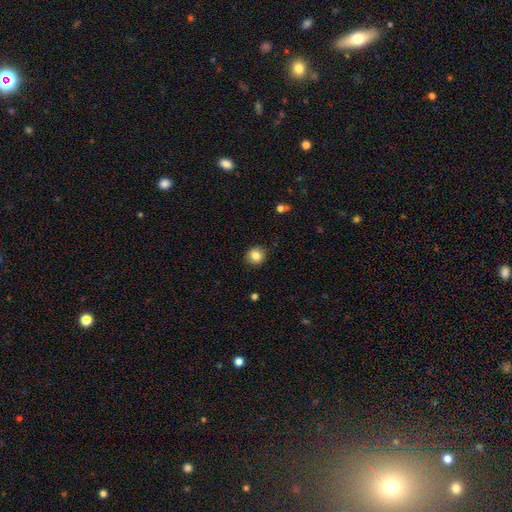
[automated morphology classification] Smooth or featured: smooth — 83% (star or artifact — 10%)
How rounded: round — 85% (in between — 14%)
Merging: none — 88% (minor disturbance — 9%)